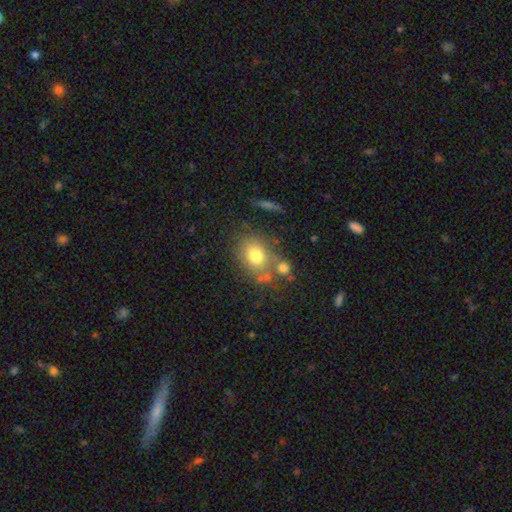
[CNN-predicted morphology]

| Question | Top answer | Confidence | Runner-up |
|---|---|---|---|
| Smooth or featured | smooth | 74% | featured or disk (14%) |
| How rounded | in between | 52% | round (46%) |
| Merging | none | 57% | merger (20%) |